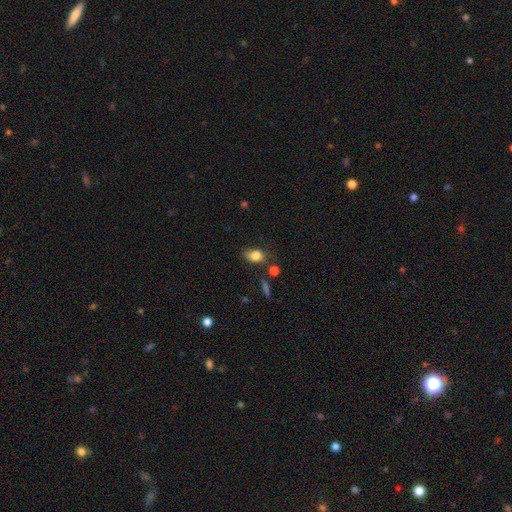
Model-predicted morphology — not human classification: Smooth or featured: smooth — 82% (star or artifact — 9%)
How rounded: in between — 75% (round — 22%)
Merging: none — 53% (minor disturbance — 29%)